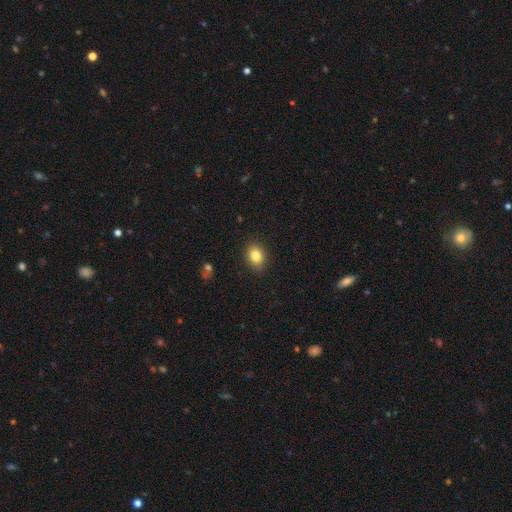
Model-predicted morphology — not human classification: Q: Smooth or featured?
A: smooth (83%); runner-up: star or artifact (9%)
Q: How rounded?
A: in between (67%); runner-up: round (32%)
Q: Merging?
A: none (86%); runner-up: minor disturbance (11%)